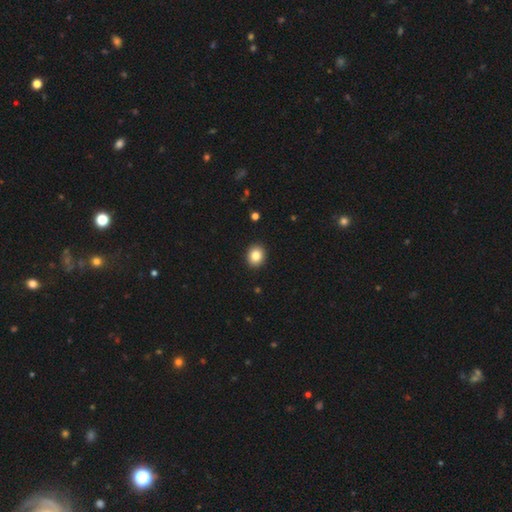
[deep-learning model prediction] Smooth or featured: smooth — 84% (star or artifact — 10%)
How rounded: round — 68% (in between — 32%)
Merging: none — 92% (minor disturbance — 5%)